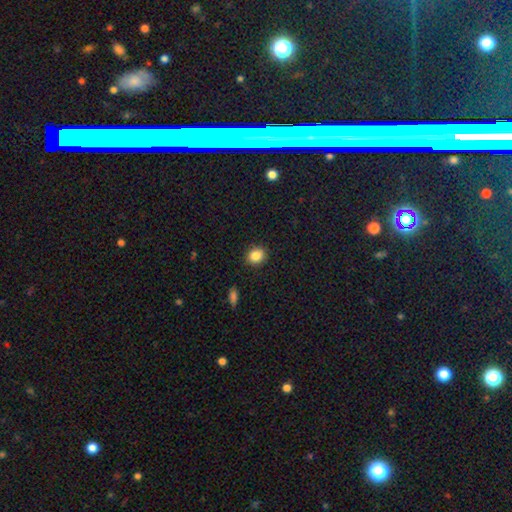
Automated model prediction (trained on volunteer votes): Smooth or featured? smooth (85%)
How rounded? round (67%)
Merging? none (89%)